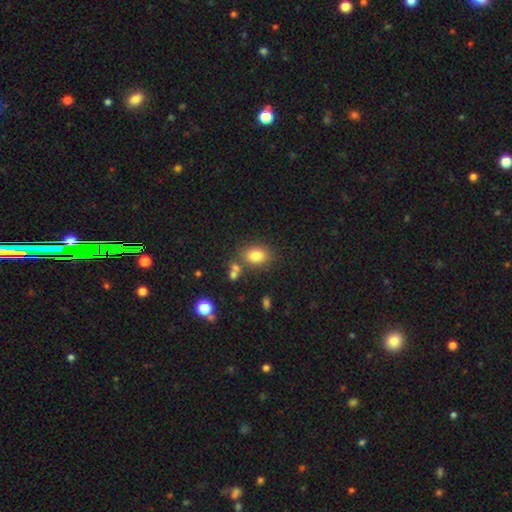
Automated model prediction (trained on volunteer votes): This appears to be a smooth galaxy with no disk features (82%) that is in between round and cigar-shaped (71%). Merging: none (72%).